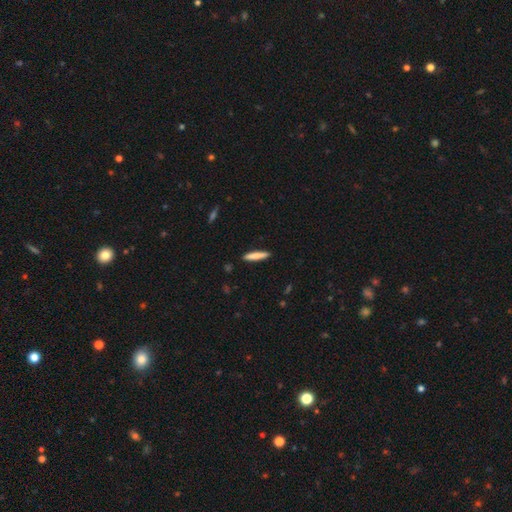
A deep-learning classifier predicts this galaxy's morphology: Smooth or featured? smooth (79%)
How rounded? cigar-shaped (90%)
Merging? none (90%)